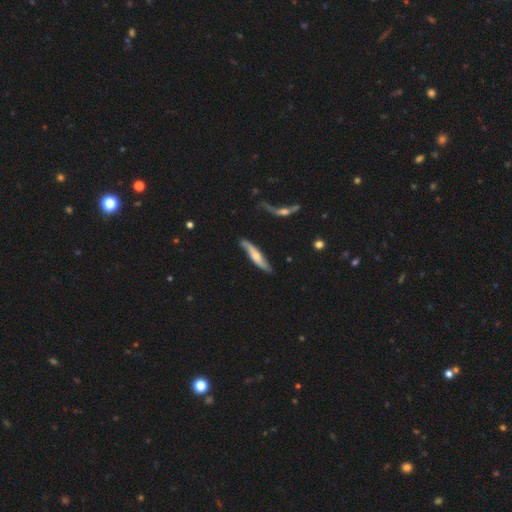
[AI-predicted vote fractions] smooth-or-featured: featured or disk: 56% | smooth: 38% | star or artifact: 5%
  disk-edge-on: yes: 57% | no: 43%
  merging: none: 69% | minor disturbance: 21% | major disturbance: 6% | merger: 4%